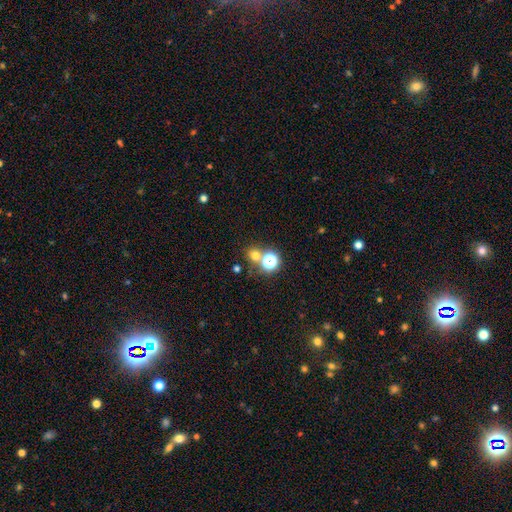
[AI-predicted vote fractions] Smooth or featured? Predicted: smooth (p=0.62). How rounded? Predicted: round (p=0.85). Merging? Predicted: none (p=0.65).